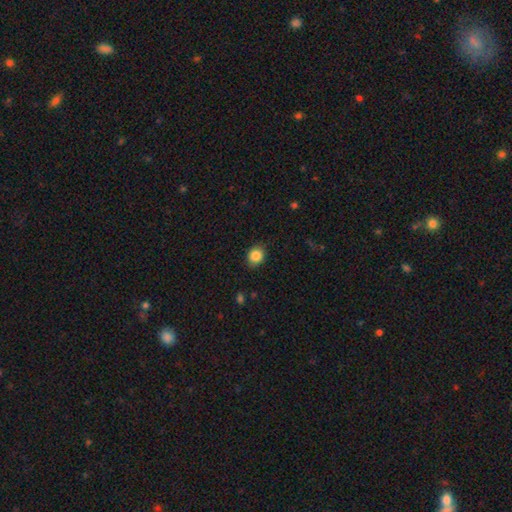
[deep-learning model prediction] smooth-or-featured: smooth: 86% | star or artifact: 9% | featured or disk: 5%
  how-rounded: round: 57% | in between: 42% | cigar-shaped: 1%
  merging: none: 84% | minor disturbance: 12% | major disturbance: 3% | merger: 1%